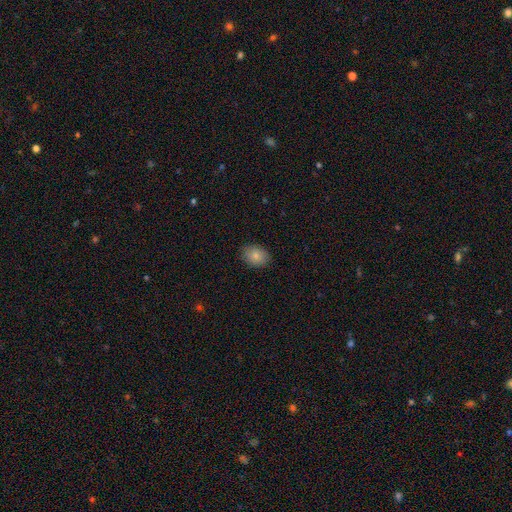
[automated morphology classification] The model was most divided on "how rounded": in between: 64%, round: 35%, cigar-shaped: 1%. More confident: merging — none (86%); smooth or featured — smooth (84%).